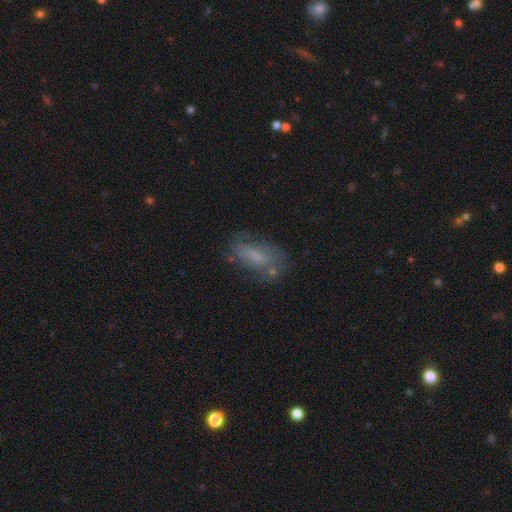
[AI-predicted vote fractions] smooth-or-featured: smooth: 50% | featured or disk: 40% | star or artifact: 10%
  merging: none: 59% | minor disturbance: 23% | major disturbance: 13% | merger: 6%